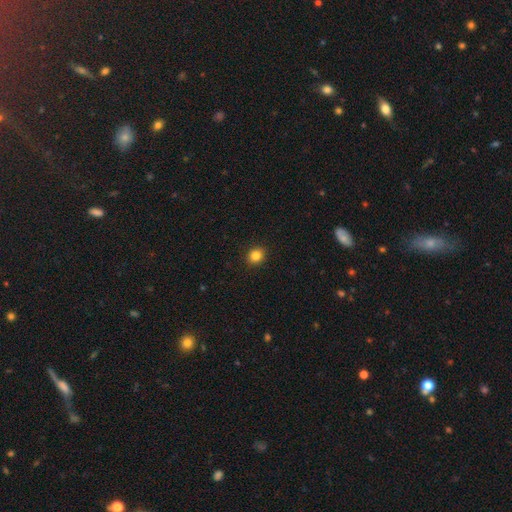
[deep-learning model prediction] smooth 84%, star or artifact 11%, featured or disk 5%. Down the decision tree: how rounded — round (78%); merging — none (92%).